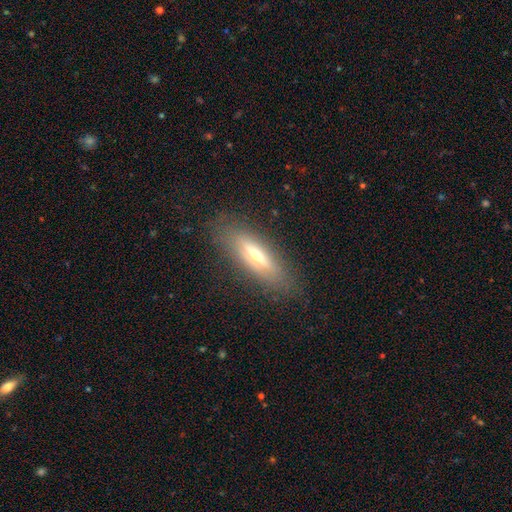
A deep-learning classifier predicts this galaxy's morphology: featured or disk 54%, smooth 38%, star or artifact 8%. Down the decision tree: edge-on disk — yes (76%); merging — none (84%).